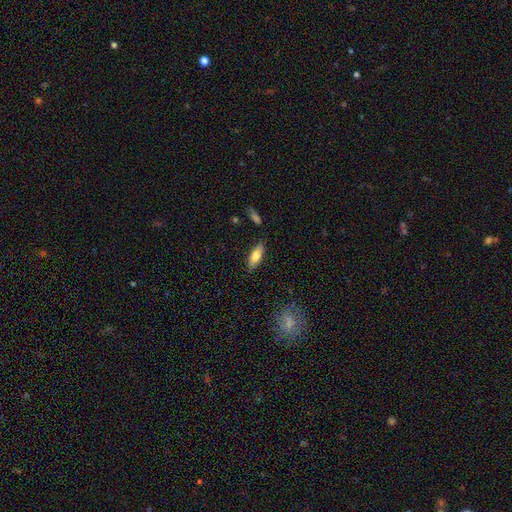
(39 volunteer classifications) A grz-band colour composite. It shows a smooth galaxy with no disk features (74%) that is in between round and cigar-shaped (59%). Merging: none (72%).